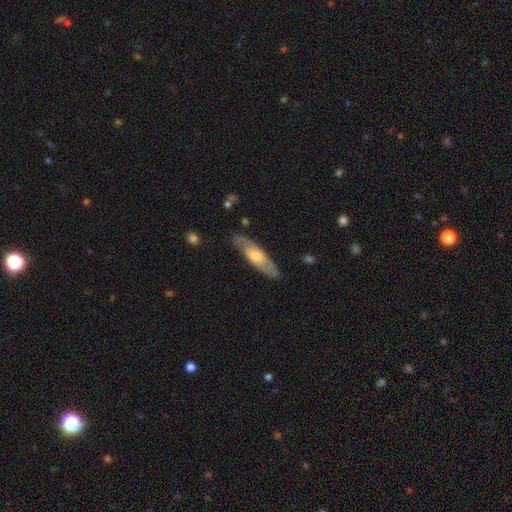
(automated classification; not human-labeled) This appears to be a featured or disk galaxy (53%). Merging: none (84%).